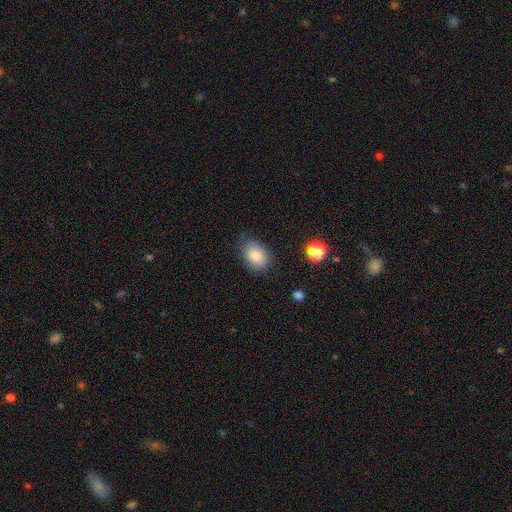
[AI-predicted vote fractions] Smooth or featured: smooth — 84% (star or artifact — 8%)
How rounded: in between — 77% (round — 22%)
Merging: none — 70% (minor disturbance — 22%)